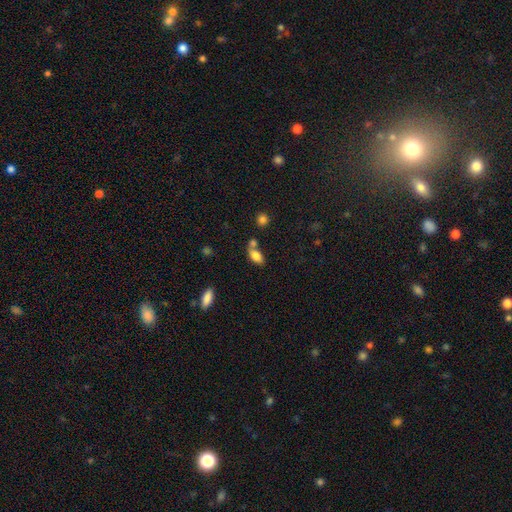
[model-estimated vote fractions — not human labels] Morphology: type=smooth (82%); roundness=in between (89%); merging=none (44%).